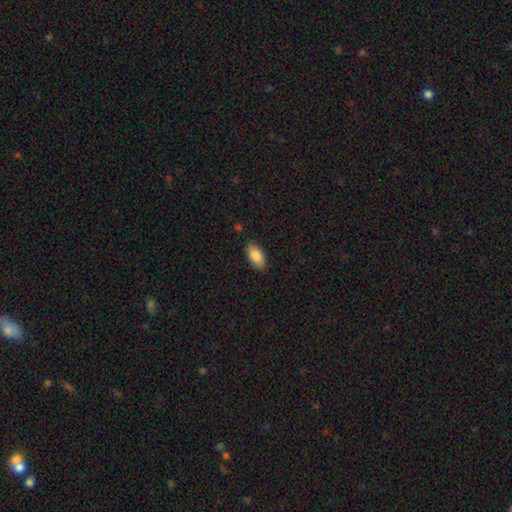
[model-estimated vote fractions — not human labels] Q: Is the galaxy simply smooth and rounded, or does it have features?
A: smooth — 86%.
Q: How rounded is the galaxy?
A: in between — 92%.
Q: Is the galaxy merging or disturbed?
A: none — 87%.